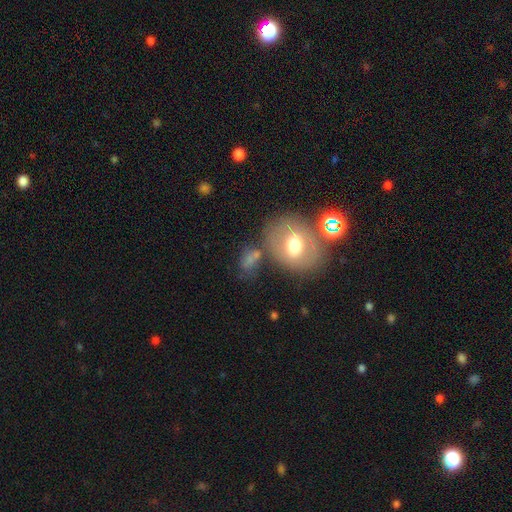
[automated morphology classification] Smooth or featured? Predicted: smooth (p=0.44). Merging? Predicted: none (p=0.59).